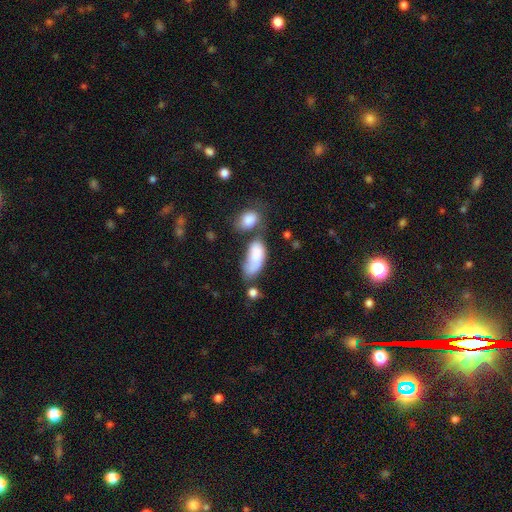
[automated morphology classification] This is likely a smooth galaxy (75%). How rounded: clearly in between (89%). Merging: marginally merger (35%).